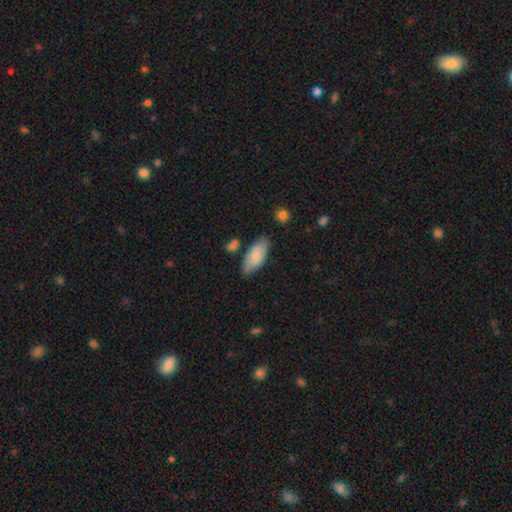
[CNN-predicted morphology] This is likely a smooth galaxy (76%). How rounded: clearly in between (86%). Merging: likely none (70%).